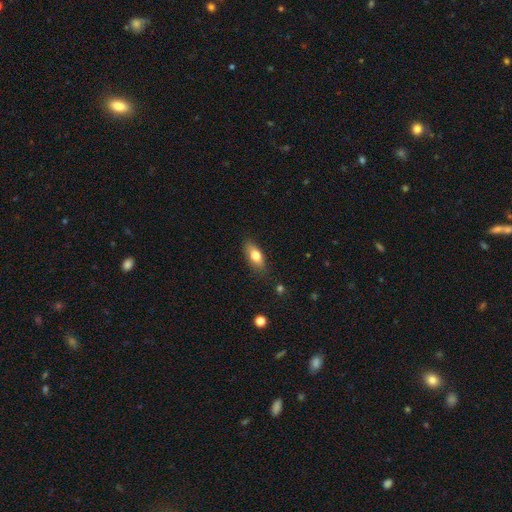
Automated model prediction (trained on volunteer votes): Morphology: type=smooth (75%); roundness=in between (80%); merging=none (81%).